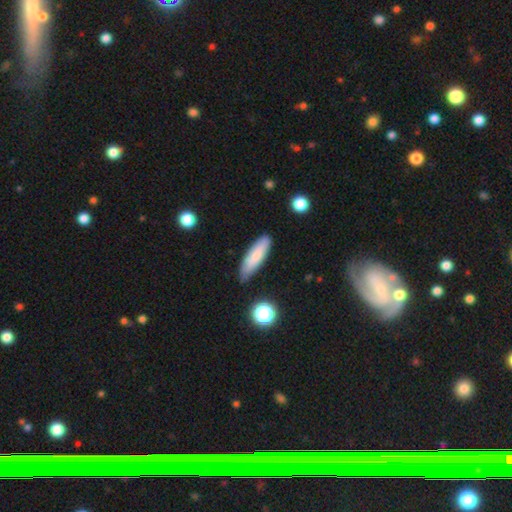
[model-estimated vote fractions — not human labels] Smooth or featured: smooth — 78% (featured or disk — 15%)
How rounded: cigar-shaped — 60% (in between — 38%)
Merging: none — 78% (minor disturbance — 17%)